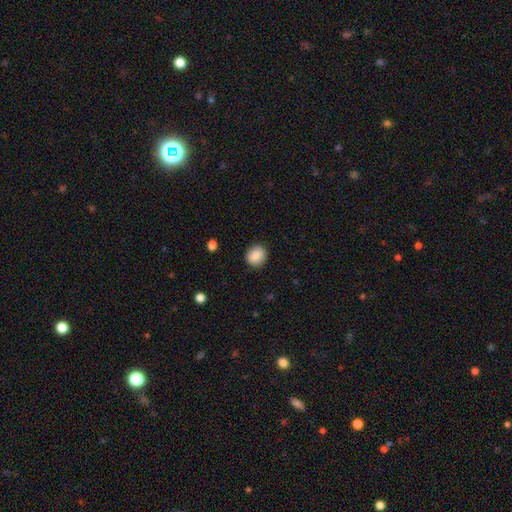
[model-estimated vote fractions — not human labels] The model was most divided on "how rounded": round: 78%, in between: 21%, cigar-shaped: 1%. More confident: merging — none (88%); smooth or featured — smooth (87%).